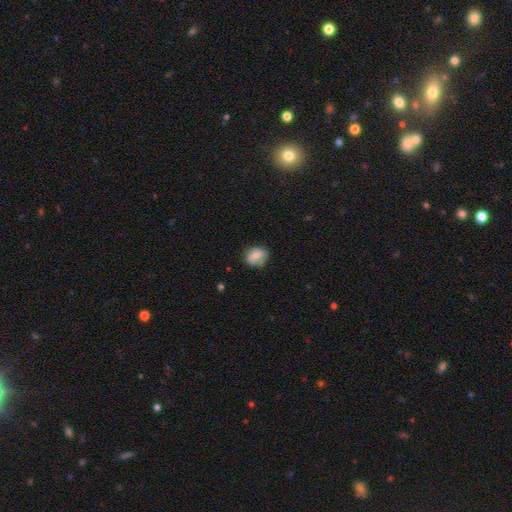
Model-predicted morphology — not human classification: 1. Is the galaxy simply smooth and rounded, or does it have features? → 63% smooth, 29% featured or disk, 8% star or artifact.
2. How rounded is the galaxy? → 55% round, 43% in between, 1% cigar-shaped.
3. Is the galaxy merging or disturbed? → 74% none, 20% minor disturbance, 5% major disturbance, 2% merger.